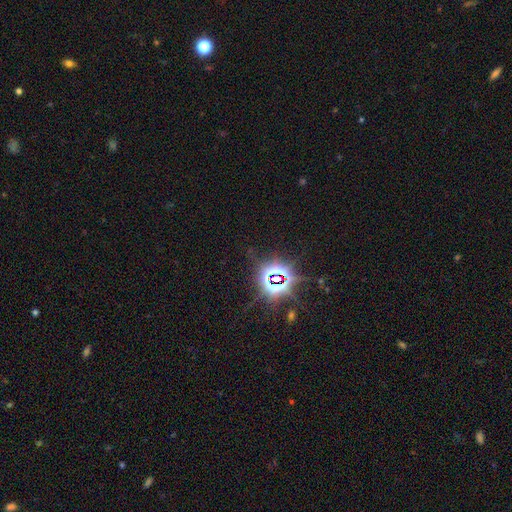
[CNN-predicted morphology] Smooth or featured? star or artifact (84%)